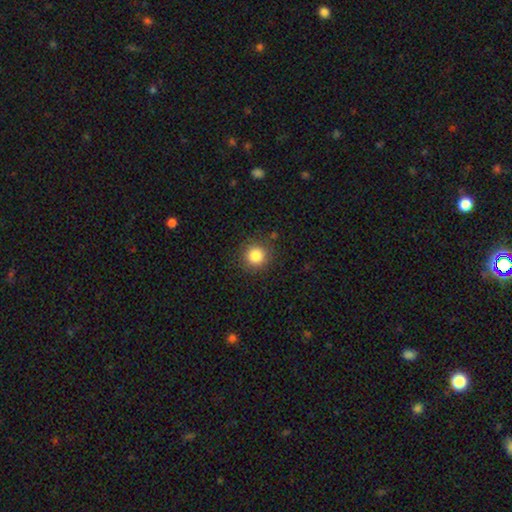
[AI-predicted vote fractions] Overall: smooth (84%). How rounded: round (94%). Merging: none (89%).